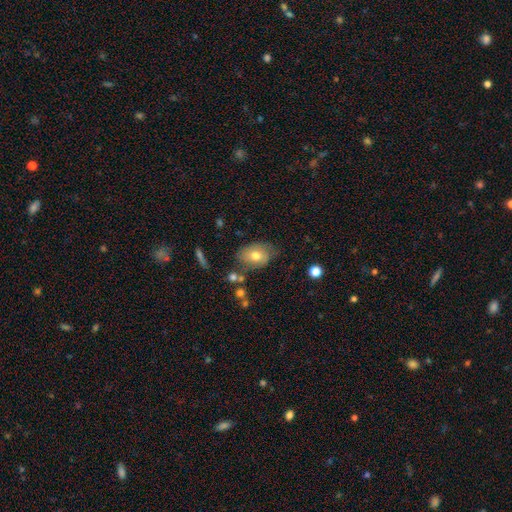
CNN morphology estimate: Smooth or featured: smooth — 68% (featured or disk — 24%)
How rounded: in between — 77% (round — 22%)
Merging: none — 61% (minor disturbance — 26%)